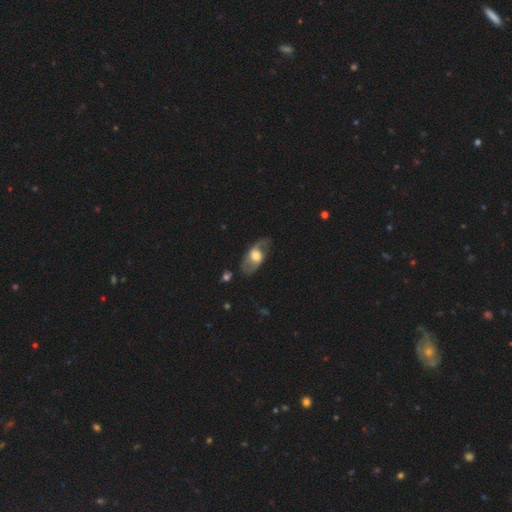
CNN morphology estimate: The model was most divided on "bar": no: 54%, weak: 34%, strong: 12%. More confident: edge-on disk — no (85%); merging — none (71%); spiral arms — yes (69%); smooth or featured — featured or disk (62%); bulge size — moderate (55%).